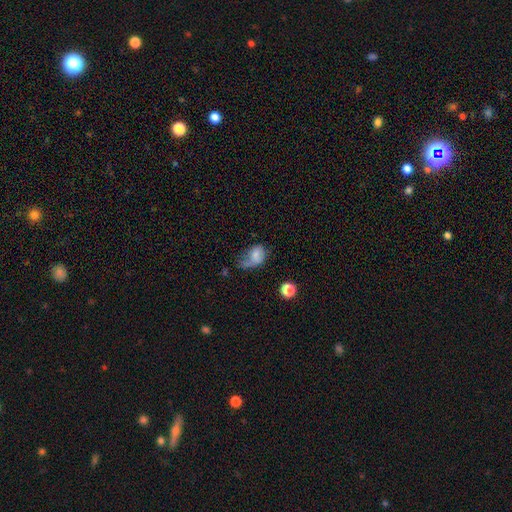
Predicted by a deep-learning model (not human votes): Smooth or featured? smooth (68%)
How rounded? in between (73%)
Merging? major disturbance (39%)